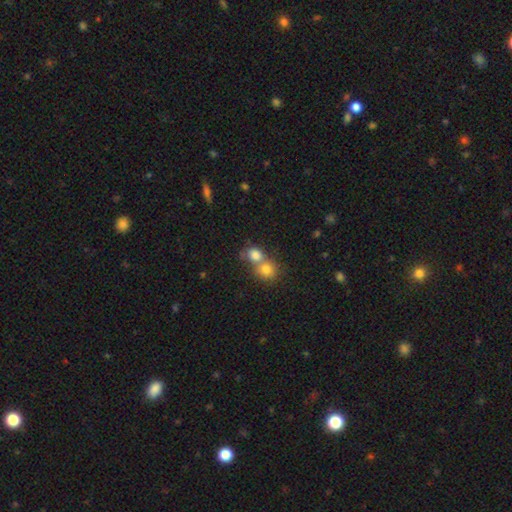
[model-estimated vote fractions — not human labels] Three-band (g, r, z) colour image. It shows a smooth galaxy with no disk features (79%) that is round (71%). Merging: merger (62%).